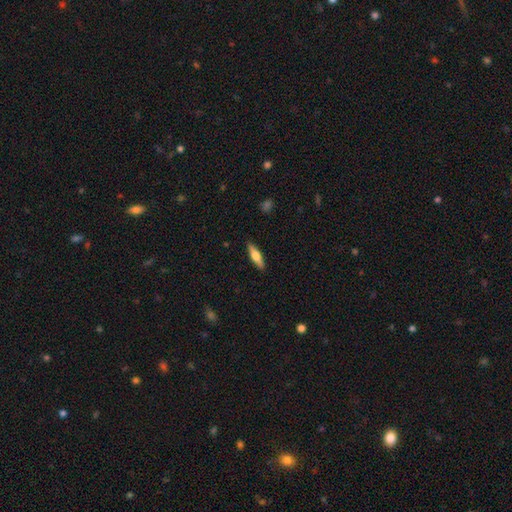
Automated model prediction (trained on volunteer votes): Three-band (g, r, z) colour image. It shows a smooth galaxy with no disk features (52%) that is cigar-shaped (69%). Merging: none (90%).